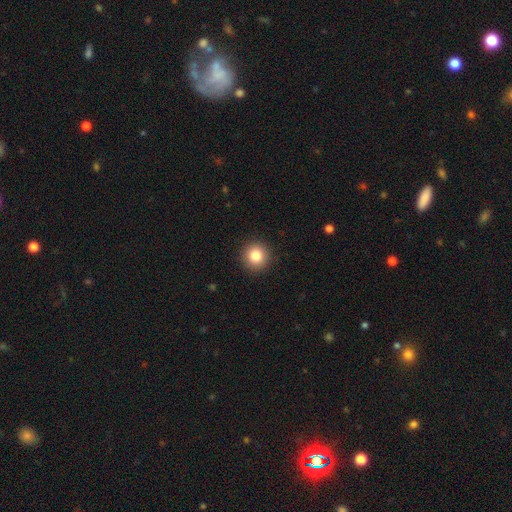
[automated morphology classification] smooth 83%, star or artifact 10%, featured or disk 7%. Down the decision tree: how rounded — round (94%); merging — none (92%).